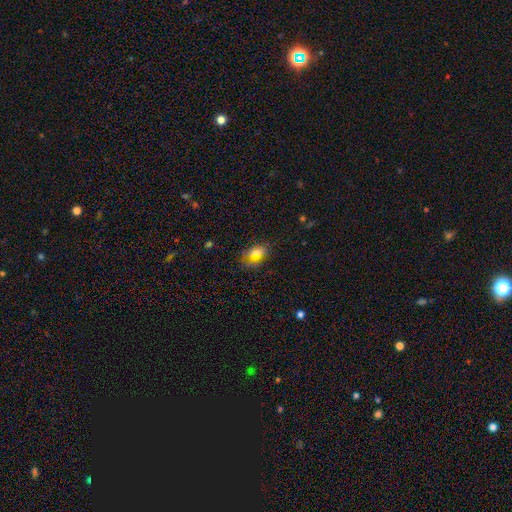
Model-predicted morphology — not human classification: smooth-or-featured: smooth: 69% | star or artifact: 18% | featured or disk: 13%
  how-rounded: in between: 82% | round: 15% | cigar-shaped: 3%
  merging: none: 71% | minor disturbance: 20% | major disturbance: 7% | merger: 2%